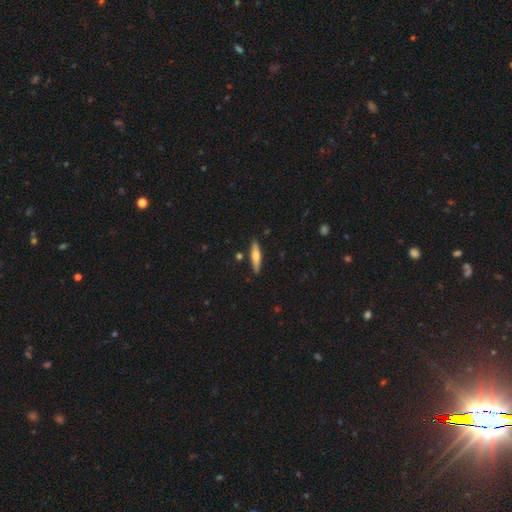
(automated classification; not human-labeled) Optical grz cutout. It shows a smooth galaxy with no disk features (58%) that is cigar-shaped (79%). Merging: none (87%).